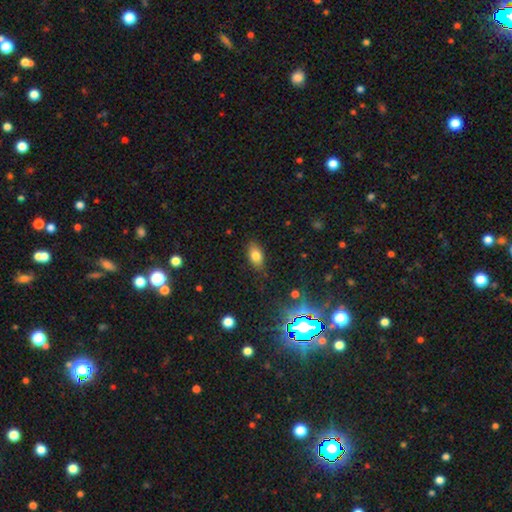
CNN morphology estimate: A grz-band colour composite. It shows a smooth galaxy with no disk features (78%) that is in between round and cigar-shaped (88%). Merging: none (83%).